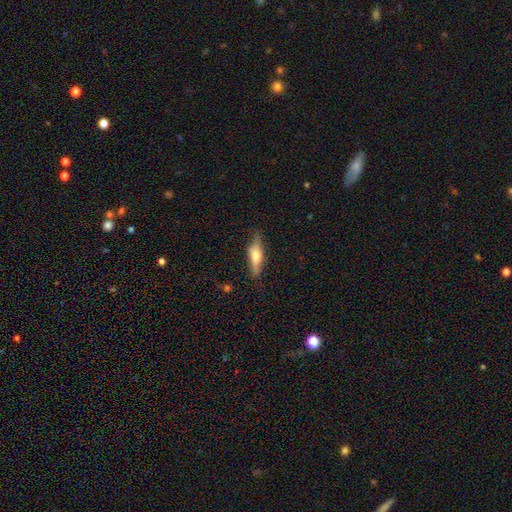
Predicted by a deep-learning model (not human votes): Smooth or featured: smooth — 48% (featured or disk — 45%)
Merging: none — 78% (minor disturbance — 17%)